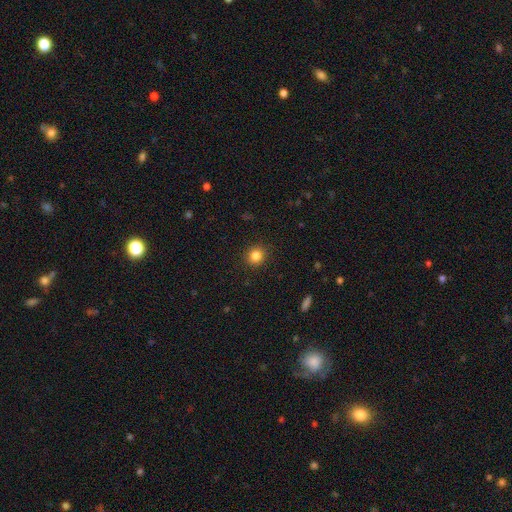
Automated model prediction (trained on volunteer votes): This is clearly a smooth galaxy (83%). How rounded: clearly round (89%). Merging: clearly none (91%).